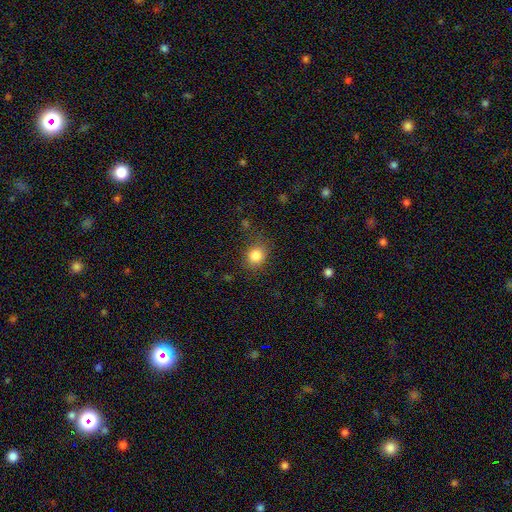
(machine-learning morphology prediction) Smooth or featured: smooth — 84% (star or artifact — 11%)
How rounded: round — 69% (in between — 30%)
Merging: none — 78% (minor disturbance — 15%)